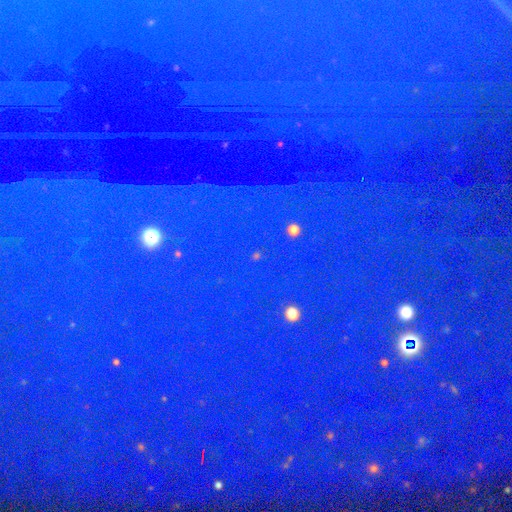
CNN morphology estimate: smooth_or_featured: star or artifact (p=0.84) [alt: smooth p=0.08]